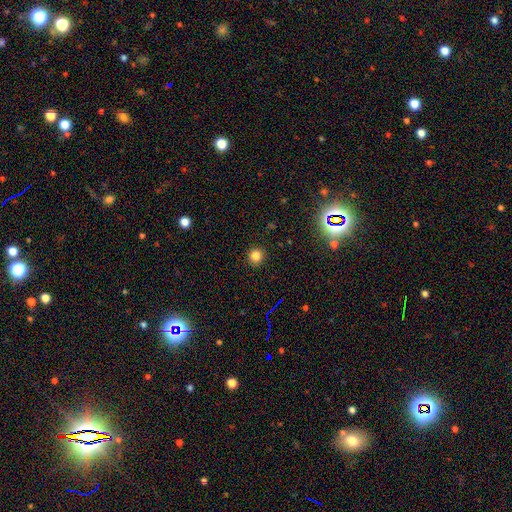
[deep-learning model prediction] The model was most divided on "smooth or featured": smooth: 82%, star or artifact: 14%, featured or disk: 4%. More confident: how rounded — round (94%); merging — none (92%).